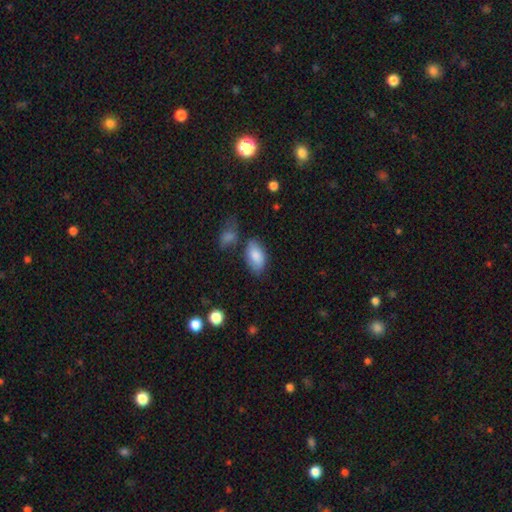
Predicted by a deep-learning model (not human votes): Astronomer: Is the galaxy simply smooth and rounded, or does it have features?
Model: smooth — 85%.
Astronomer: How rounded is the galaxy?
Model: in between — 94%.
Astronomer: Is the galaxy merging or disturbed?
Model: none — 64%.